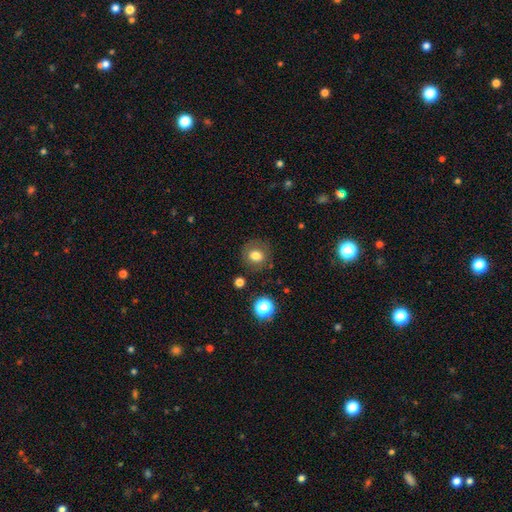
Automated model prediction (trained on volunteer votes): Smooth or featured? smooth (76%)
How rounded? round (81%)
Merging? none (82%)